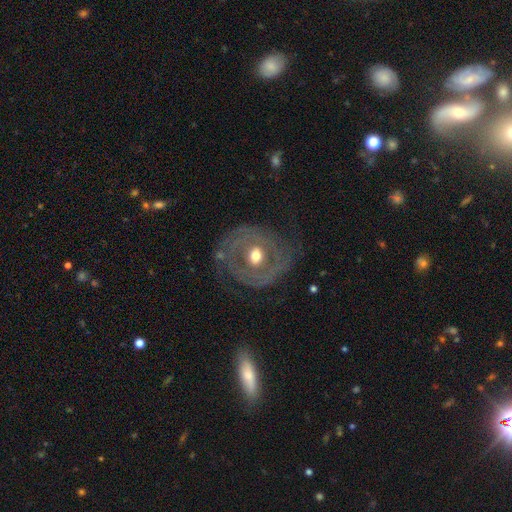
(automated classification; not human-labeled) A featured or disk galaxy (71%) with no bar (63%), no spiral arms (55%) and a moderate central bulge (76%). Merging: none (68%).